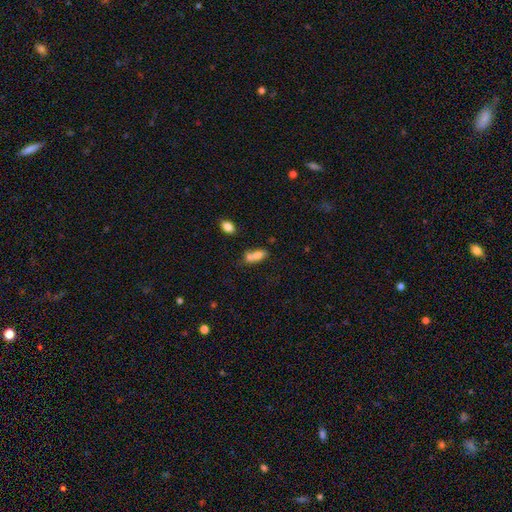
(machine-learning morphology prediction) This is likely a smooth galaxy (73%). How rounded: likely in between (69%). Merging: marginally merger (41%).